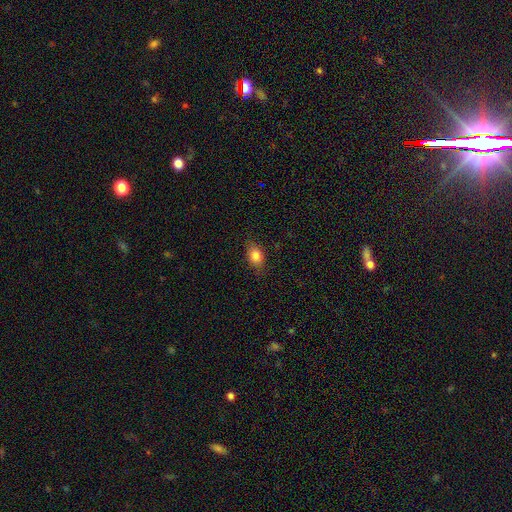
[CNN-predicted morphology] The model was most divided on "how rounded": in between: 77%, round: 21%, cigar-shaped: 2%. More confident: smooth or featured — smooth (83%); merging — none (81%).